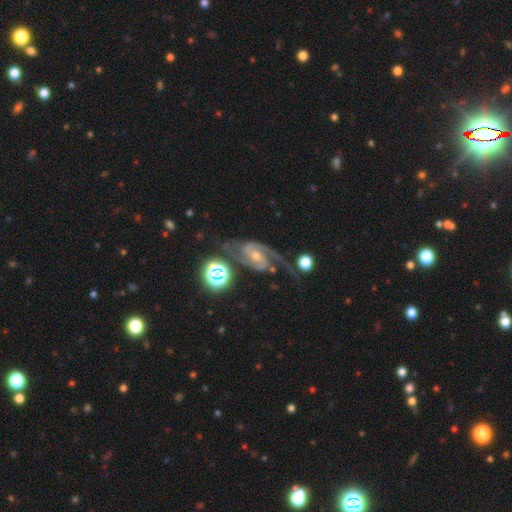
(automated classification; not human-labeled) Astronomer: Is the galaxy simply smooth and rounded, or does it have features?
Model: featured or disk — 86%.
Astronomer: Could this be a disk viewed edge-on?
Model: no — 97%.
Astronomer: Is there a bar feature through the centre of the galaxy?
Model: no — 47% (runner-up: weak, 38%).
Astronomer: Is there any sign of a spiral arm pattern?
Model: yes — 98%.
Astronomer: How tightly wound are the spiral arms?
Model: medium — 50% (runner-up: tight, 34%).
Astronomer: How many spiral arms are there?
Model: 2 — 80%.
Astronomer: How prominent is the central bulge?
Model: small — 53% (runner-up: moderate, 42%).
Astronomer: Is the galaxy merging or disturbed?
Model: none — 58%.